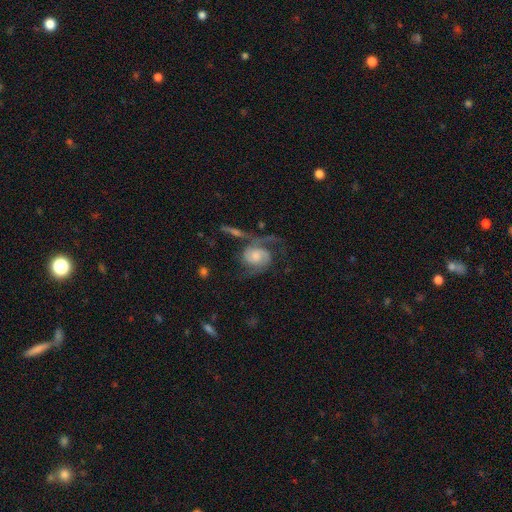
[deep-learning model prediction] Smooth or featured? featured or disk (82%)
Edge-on disk? no (97%)
Bar? no (68%)
Spiral arms? yes (96%)
Spiral winding? medium (48%)
Spiral arm count? 2 (87%)
Bulge size? moderate (37%)
Merging? none (47%)